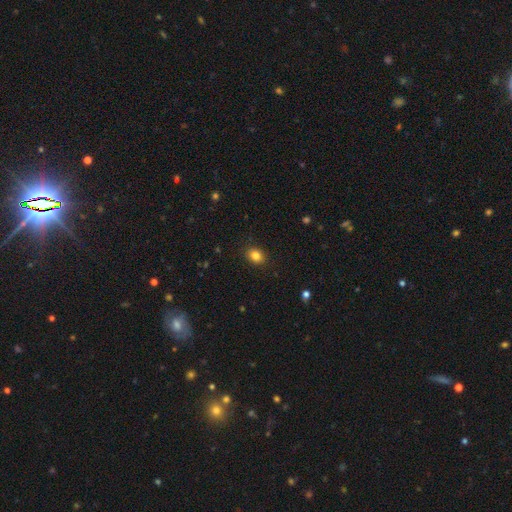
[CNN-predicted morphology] This appears to be a smooth galaxy with no disk features (83%) that is in between round and cigar-shaped (53%). Merging: none (89%).